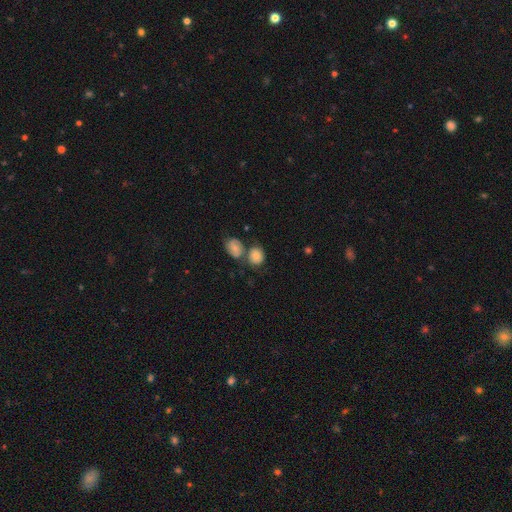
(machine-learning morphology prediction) A smooth galaxy with no disk features (73%) that is round (72%). Merging: none (49%).